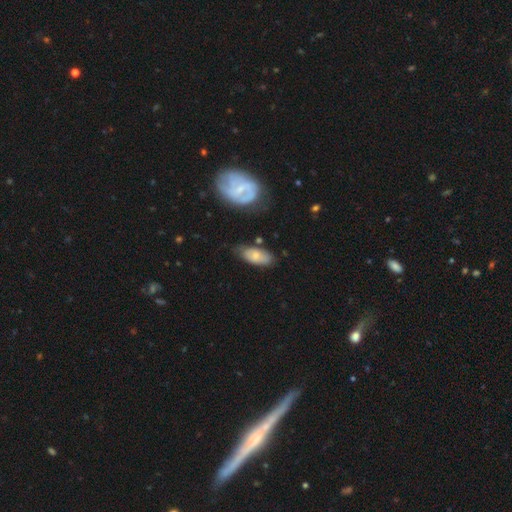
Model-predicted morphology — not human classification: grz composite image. It shows a smooth galaxy with no disk features (65%) that is in between round and cigar-shaped (88%). Merging: none (65%).